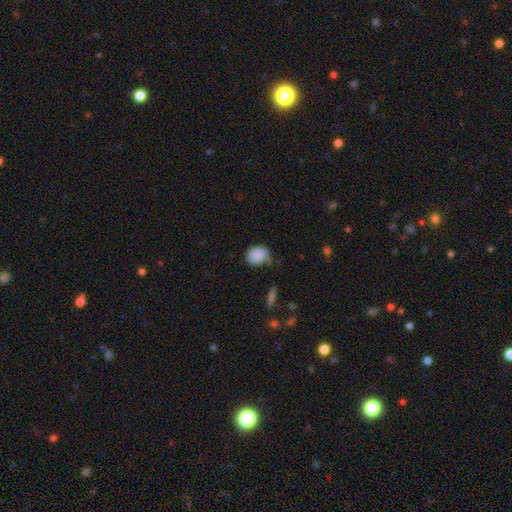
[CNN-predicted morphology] Smooth or featured?
  - smooth: 84% *
  - featured or disk: 9%
  - star or artifact: 8%
How rounded?
  - round: 67% *
  - in between: 32%
  - cigar-shaped: 1%
Merging?
  - none: 56% *
  - minor disturbance: 33%
  - major disturbance: 7%
  - merger: 3%